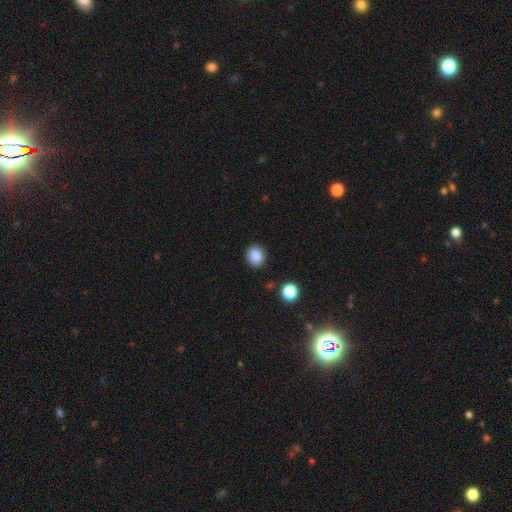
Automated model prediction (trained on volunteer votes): smooth_or_featured: smooth (p=0.87) [alt: star or artifact p=0.10]
how_rounded: round (p=0.70) [alt: in between p=0.29]
merging: none (p=0.87) [alt: minor disturbance p=0.08]